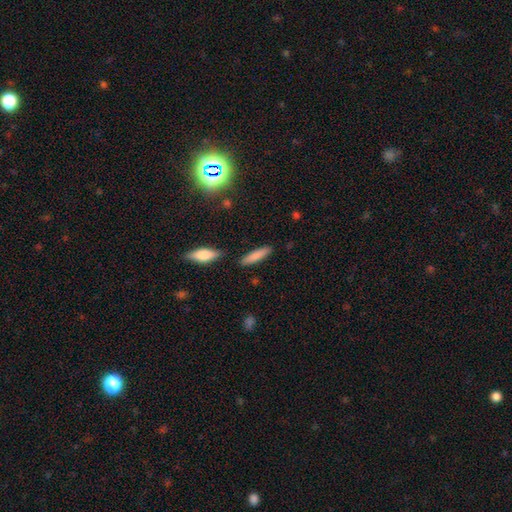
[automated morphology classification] smooth 82%, featured or disk 12%, star or artifact 6%. Down the decision tree: how rounded — cigar-shaped (74%); merging — none (84%).